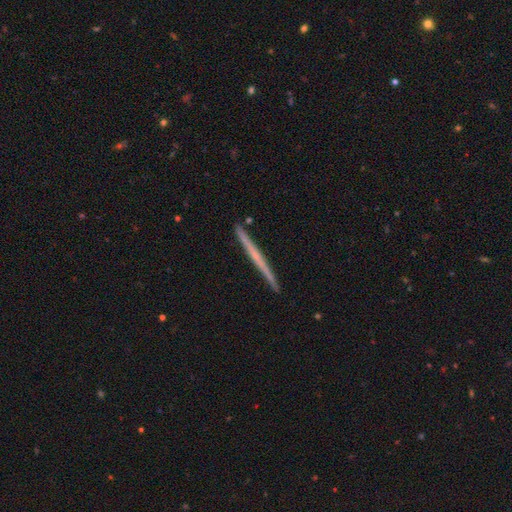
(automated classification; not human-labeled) Smooth or featured?
  - featured or disk: 60% *
  - smooth: 35%
  - star or artifact: 6%
Edge-on disk?
  - yes: 98% *
  - no: 2%
Edge-on bulge?
  - none: 80% *
  - rounded: 16%
  - boxy: 4%
Merging?
  - none: 92% *
  - minor disturbance: 6%
  - merger: 1%
  - major disturbance: 1%